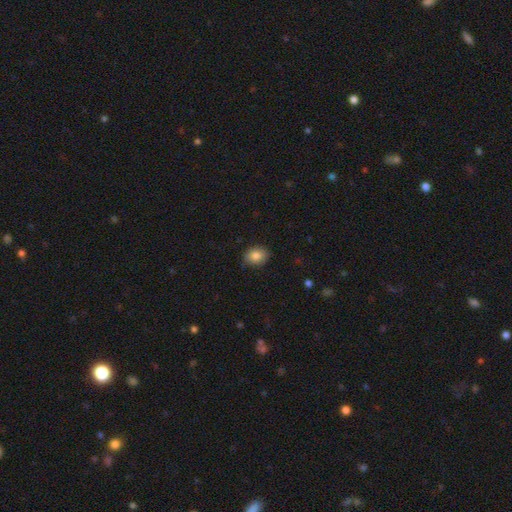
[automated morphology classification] smooth 84%, star or artifact 8%, featured or disk 8%. Down the decision tree: how rounded — in between (63%); merging — none (85%).